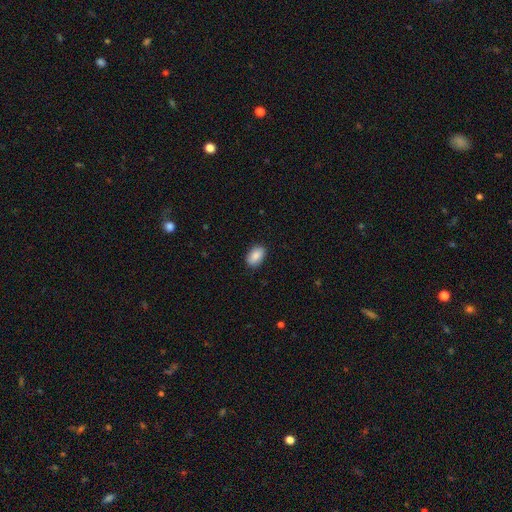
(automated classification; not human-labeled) Smooth or featured? smooth (89%)
How rounded? in between (91%)
Merging? none (88%)